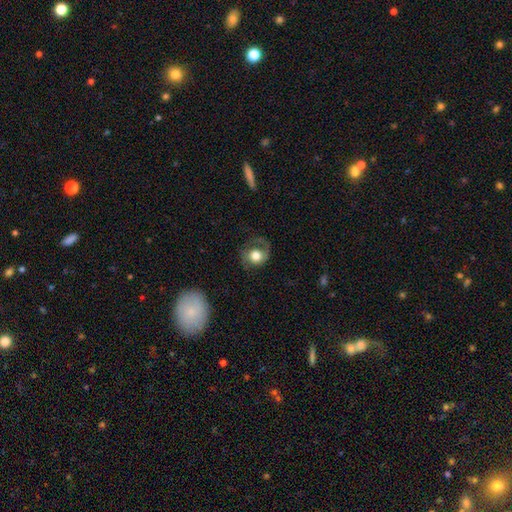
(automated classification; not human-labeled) Overall: smooth (56%; featured or disk 36%). How rounded: round (74%). Merging: none (52%; major disturbance 24%).